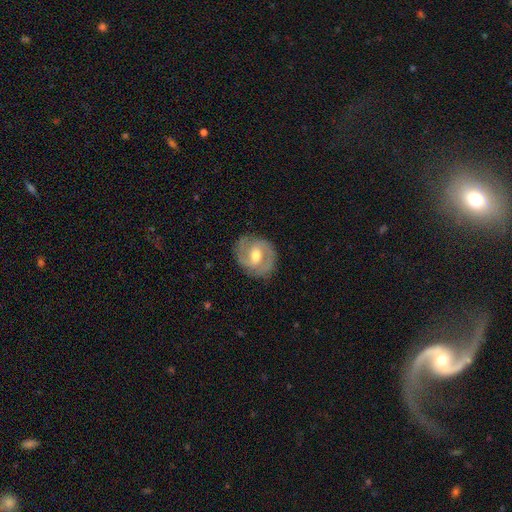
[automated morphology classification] Smooth or featured: featured or disk — 79% (smooth — 16%)
Edge-on disk: no — 97% (yes — 3%)
Bar: weak — 51% (no — 28%)
Spiral arms: yes — 90% (no — 10%)
Spiral winding: medium — 48% (tight — 39%)
Spiral arm count: 2 — 84% (can't tell — 7%)
Bulge size: moderate — 74% (small — 16%)
Merging: none — 83% (minor disturbance — 12%)